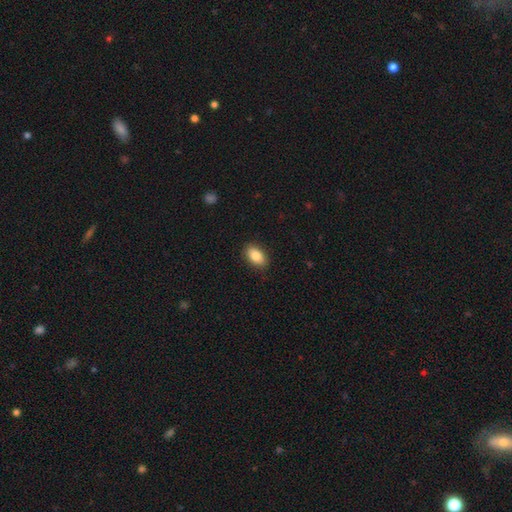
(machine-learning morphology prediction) smooth-or-featured: smooth: 84% | featured or disk: 9% | star or artifact: 7%
  how-rounded: in between: 91% | round: 7% | cigar-shaped: 2%
  merging: none: 88% | minor disturbance: 9% | major disturbance: 2% | merger: 1%